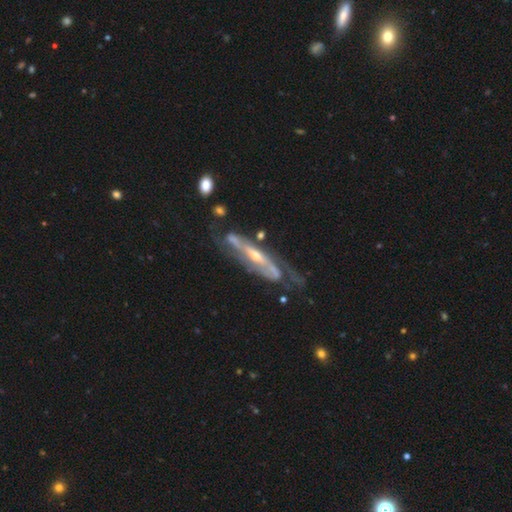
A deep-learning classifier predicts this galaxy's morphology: type=featured or disk (87%); edge-on=no (69%); bar=strong (40%); spiral arms=yes (91%); winding=medium (41%); arm count=2 (71%); bulge=small (55%); merging=none (64%).